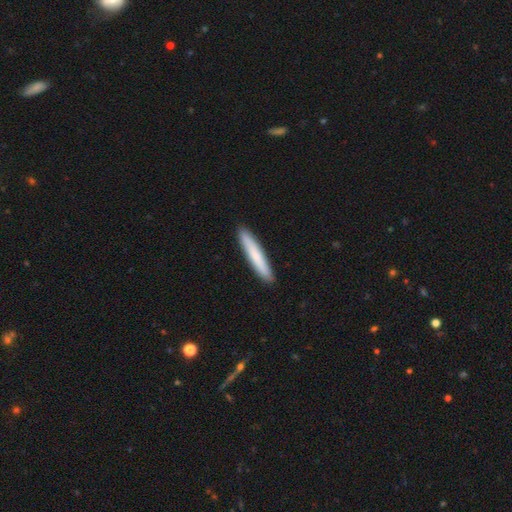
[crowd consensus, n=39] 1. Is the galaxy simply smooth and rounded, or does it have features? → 85% smooth, 13% featured or disk, 3% star or artifact.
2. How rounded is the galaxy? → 100% cigar-shaped, 0% round, 0% in between.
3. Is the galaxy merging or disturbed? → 92% none, 8% minor disturbance, 0% major disturbance, 0% merger.